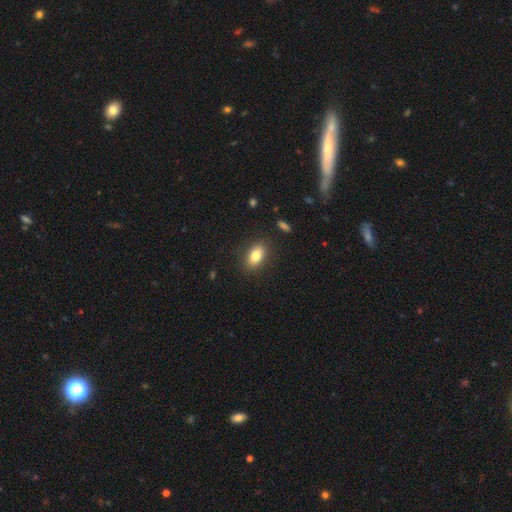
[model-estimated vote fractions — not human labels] Smooth or featured? Predicted: smooth (p=0.81). How rounded? Predicted: in between (p=0.87). Merging? Predicted: none (p=0.86).